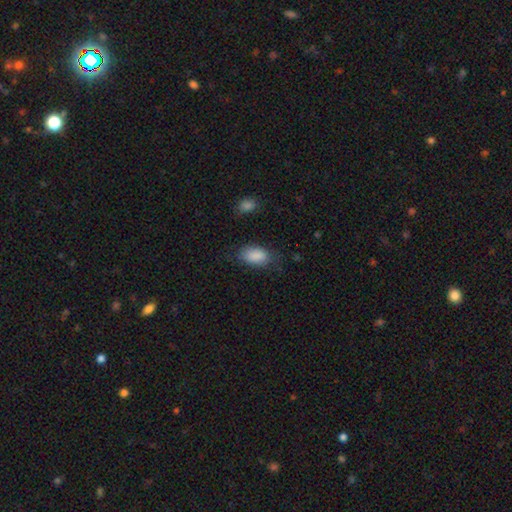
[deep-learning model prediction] The model was most divided on "merging": none: 74%, minor disturbance: 19%, major disturbance: 6%, merger: 2%. More confident: how rounded — in between (92%); smooth or featured — smooth (88%).